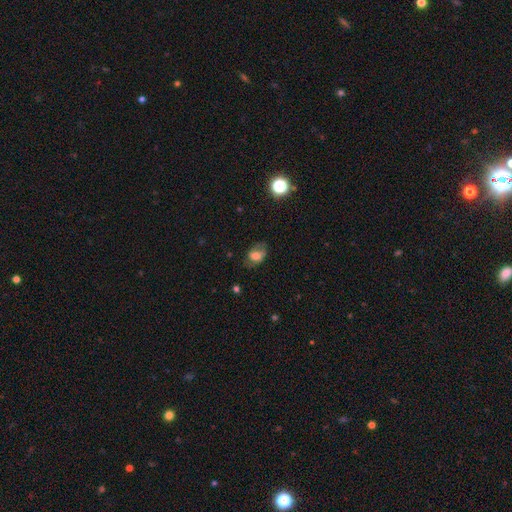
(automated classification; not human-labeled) smooth_or_featured: smooth (p=0.57) [alt: featured or disk p=0.31]
how_rounded: in between (p=0.80) [alt: round p=0.19]
merging: none (p=0.60) [alt: minor disturbance p=0.24]